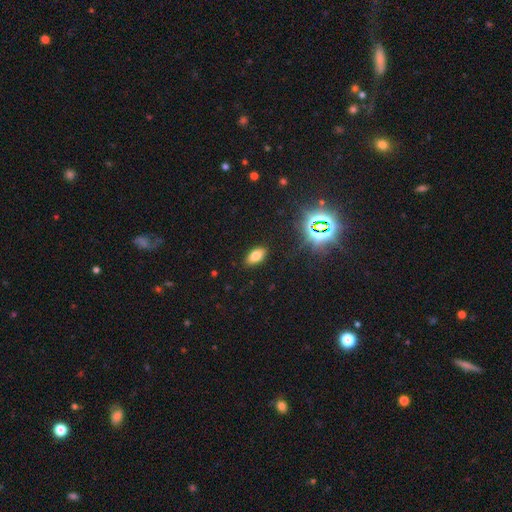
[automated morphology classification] type=smooth (72%); roundness=in between (90%); merging=none (88%).